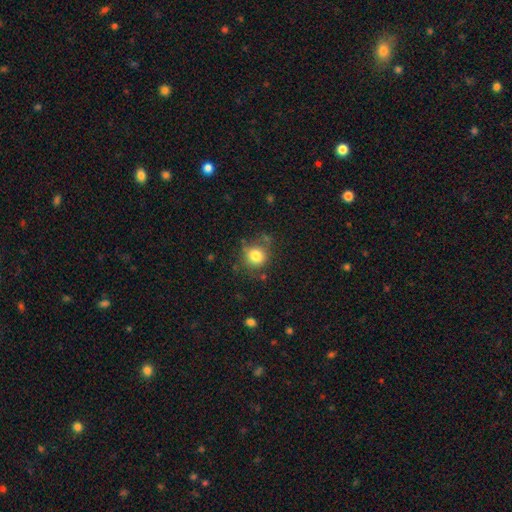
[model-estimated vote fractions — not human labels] This is clearly a smooth galaxy (81%). How rounded: clearly round (87%). Merging: likely none (74%).